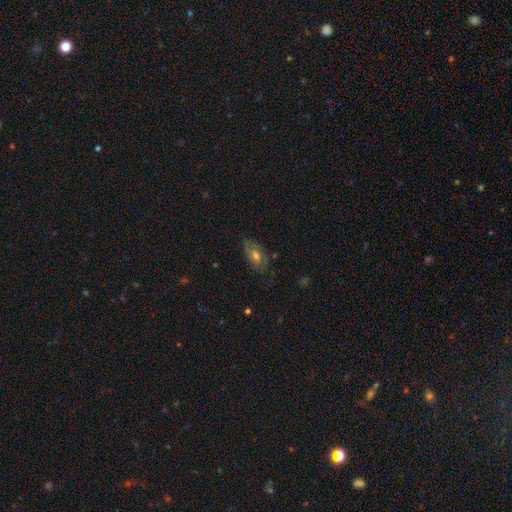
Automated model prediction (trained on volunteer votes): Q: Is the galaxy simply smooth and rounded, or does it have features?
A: featured or disk — 51%.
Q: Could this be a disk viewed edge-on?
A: no — 87%.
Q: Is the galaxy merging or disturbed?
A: none — 68%.